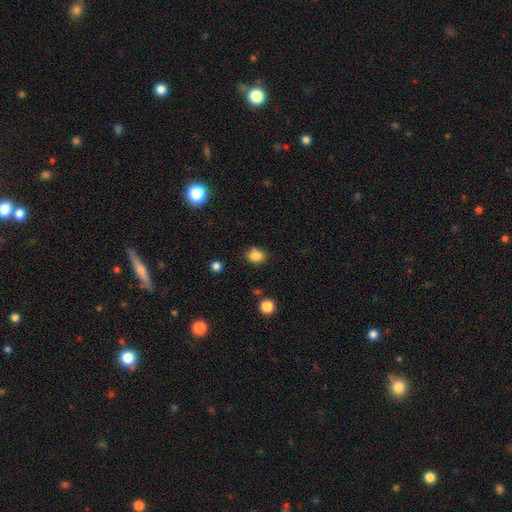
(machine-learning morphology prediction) This is clearly a smooth galaxy (83%). How rounded: possibly in between (52%). Merging: likely none (76%).